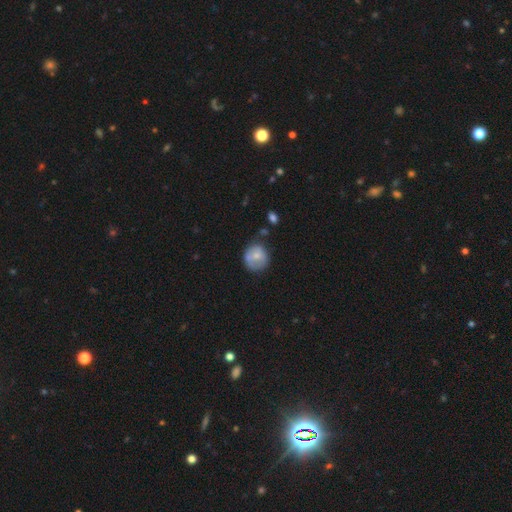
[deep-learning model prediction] smooth-or-featured: smooth: 62% | featured or disk: 30% | star or artifact: 8%
  how-rounded: round: 82% | in between: 17% | cigar-shaped: 1%
  merging: none: 55% | minor disturbance: 27% | major disturbance: 10% | merger: 8%